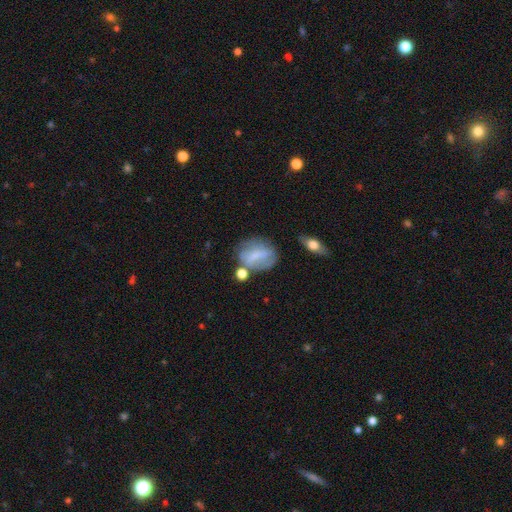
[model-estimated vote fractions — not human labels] smooth_or_featured: smooth (p=0.49) [alt: featured or disk p=0.42]
merging: none (p=0.52) [alt: minor disturbance p=0.25]